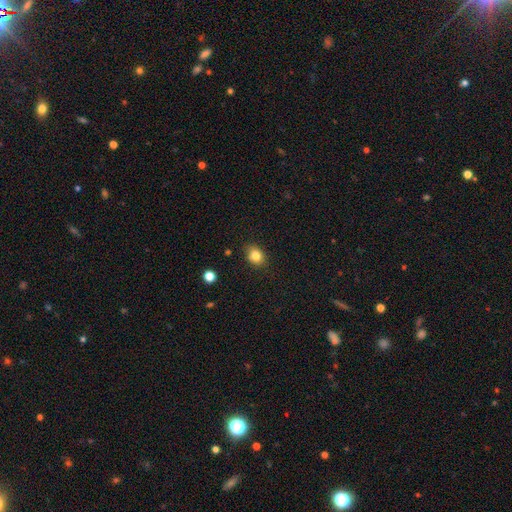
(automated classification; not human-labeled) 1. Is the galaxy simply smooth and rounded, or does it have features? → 82% smooth, 11% star or artifact, 7% featured or disk.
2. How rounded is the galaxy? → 53% in between, 46% round, 1% cigar-shaped.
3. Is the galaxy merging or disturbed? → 84% none, 12% minor disturbance, 2% major disturbance, 2% merger.